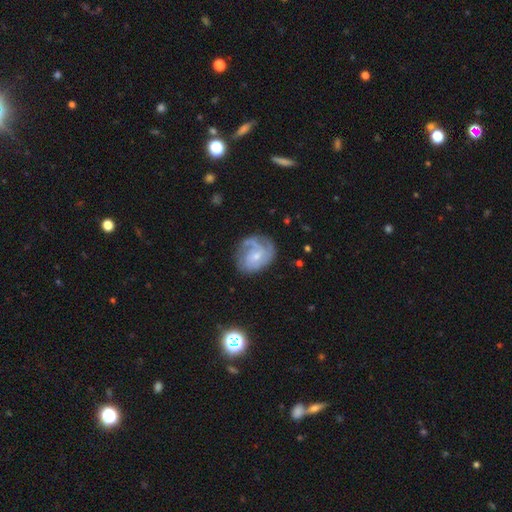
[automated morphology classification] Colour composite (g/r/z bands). It shows a featured or disk galaxy (72%) with no bar (61%), tight (46%) spiral arms (88%) and a small central bulge (62%). Merging: none (58%).